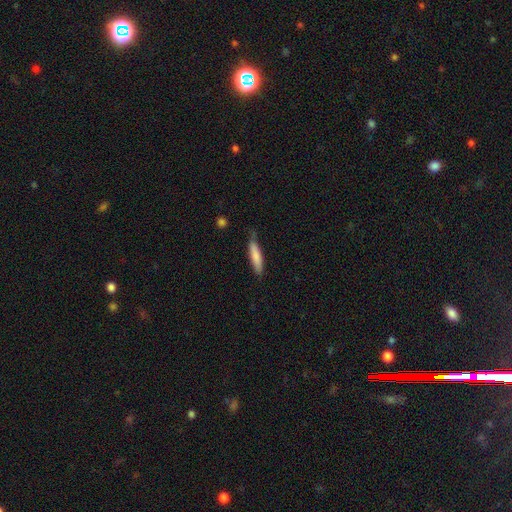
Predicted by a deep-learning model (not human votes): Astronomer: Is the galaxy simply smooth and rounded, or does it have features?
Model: smooth — 79%.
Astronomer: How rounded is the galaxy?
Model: cigar-shaped — 80%.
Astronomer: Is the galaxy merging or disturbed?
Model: none — 69%.